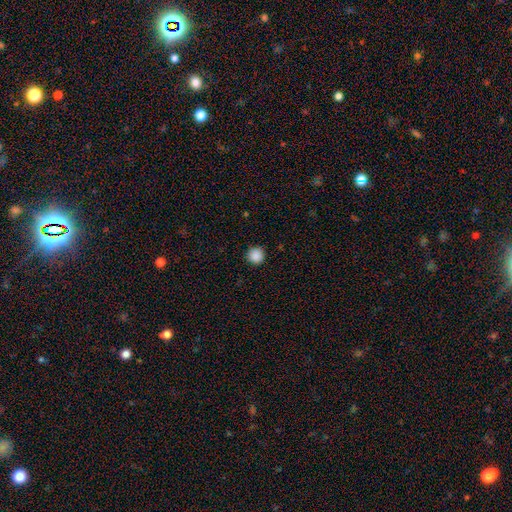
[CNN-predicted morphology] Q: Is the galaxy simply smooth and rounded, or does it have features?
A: smooth — 88%.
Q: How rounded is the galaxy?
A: round — 95%.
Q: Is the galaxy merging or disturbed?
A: none — 91%.